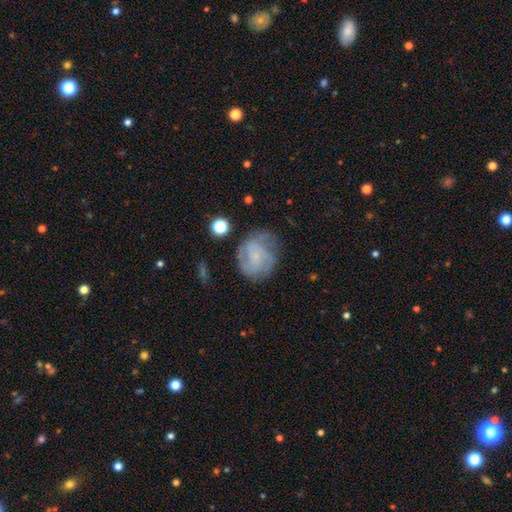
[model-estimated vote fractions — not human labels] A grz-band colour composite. It shows a featured or disk galaxy (60%) with no bar (70%), spiral arms (82%) and a small central bulge (62%). Merging: none (60%).